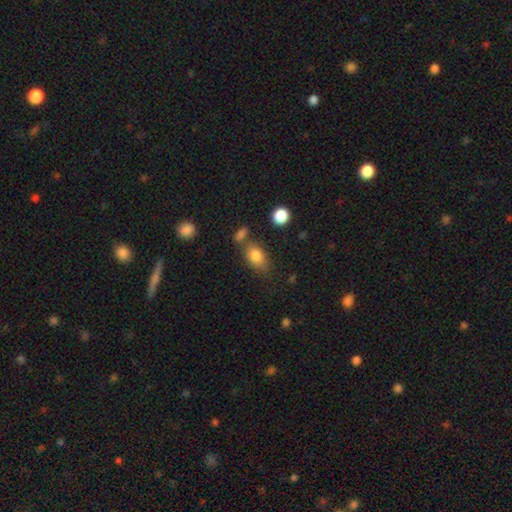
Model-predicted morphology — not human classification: The model was most divided on "merging": none: 63%, minor disturbance: 18%, merger: 13%, major disturbance: 6%. More confident: smooth or featured — smooth (82%); how rounded — in between (81%).